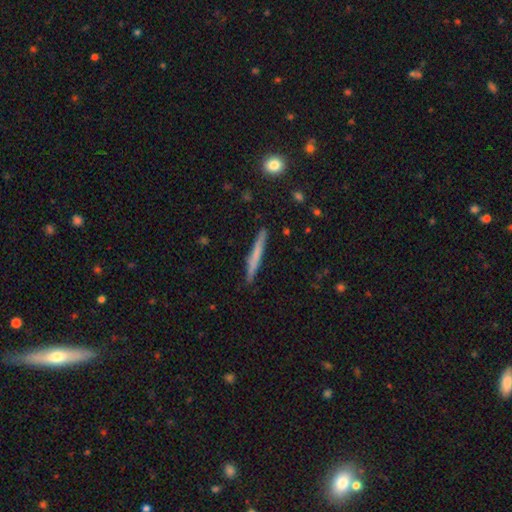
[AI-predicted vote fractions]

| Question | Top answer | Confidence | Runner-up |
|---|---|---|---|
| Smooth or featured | smooth | 57% | featured or disk (37%) |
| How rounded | cigar-shaped | 96% | in between (2%) |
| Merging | none | 90% | minor disturbance (8%) |